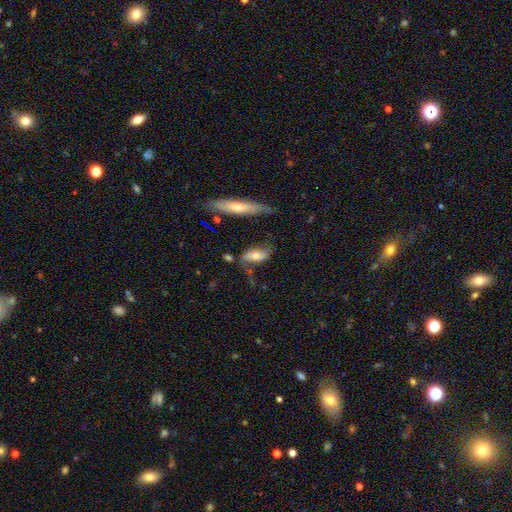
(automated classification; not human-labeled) The model was most divided on "merging": none: 43%, minor disturbance: 24%, major disturbance: 23%, merger: 10%. More confident: edge-on disk — no (80%); smooth or featured — featured or disk (55%).